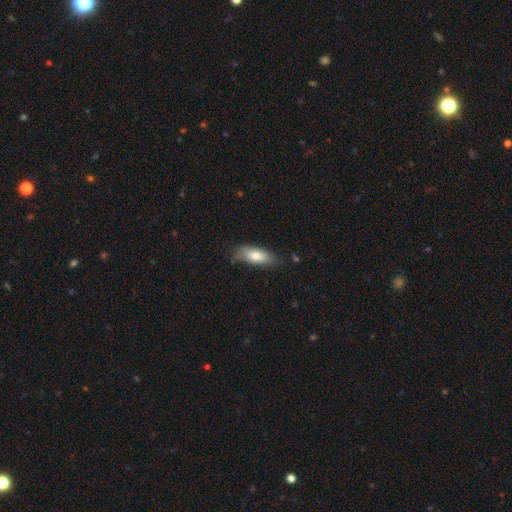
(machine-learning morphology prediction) Smooth or featured: smooth — 76% (featured or disk — 18%)
How rounded: in between — 72% (cigar-shaped — 25%)
Merging: none — 66% (minor disturbance — 27%)